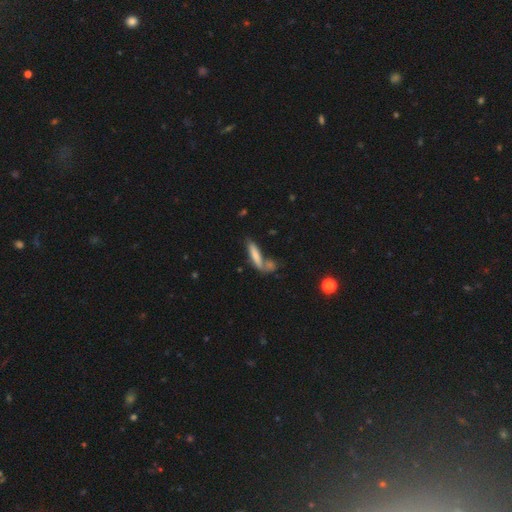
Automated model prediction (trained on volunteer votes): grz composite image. It shows a smooth galaxy with no disk features (77%) that is cigar-shaped (78%). Merging: none (51%).